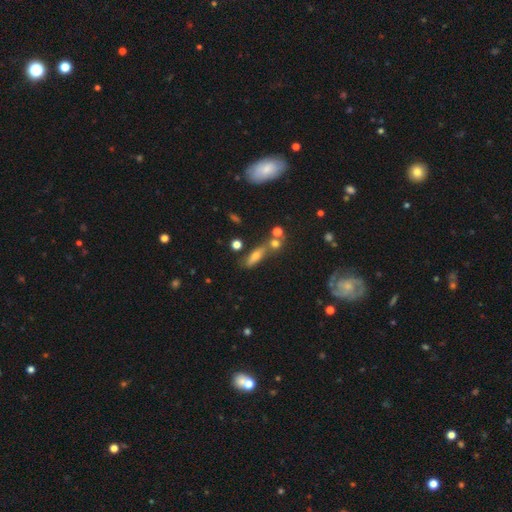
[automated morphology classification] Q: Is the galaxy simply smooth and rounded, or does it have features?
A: smooth — 55%.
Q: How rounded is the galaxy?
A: cigar-shaped — 46%, tied with in between.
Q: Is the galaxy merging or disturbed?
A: none — 55%.